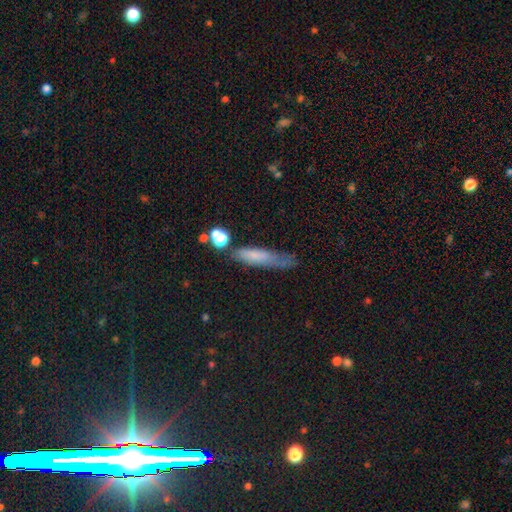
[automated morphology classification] Smooth or featured? smooth (67%)
How rounded? cigar-shaped (80%)
Merging? none (51%)